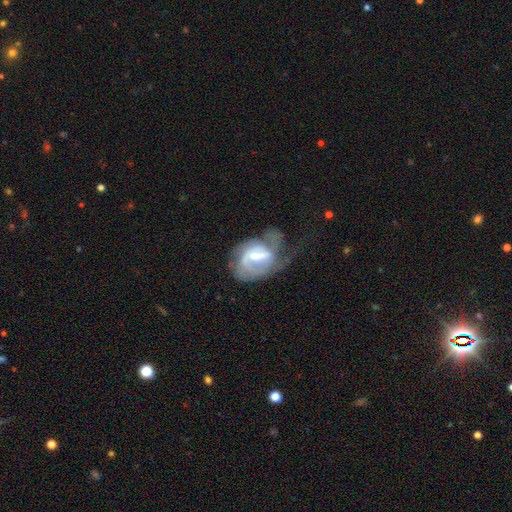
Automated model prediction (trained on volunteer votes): smooth_or_featured: featured or disk (p=0.79) [alt: smooth p=0.16]
disk_edge_on: no (p=0.97) [alt: yes p=0.03]
bar: weak (p=0.54) [alt: strong p=0.28]
has_spiral_arms: yes (p=0.86) [alt: no p=0.14]
spiral_winding: medium (p=0.43) [alt: loose p=0.29]
spiral_arm_count: 2 (p=0.55) [alt: can't tell p=0.19]
bulge_size: moderate (p=0.57) [alt: small p=0.34]
merging: major disturbance (p=0.43) [alt: none p=0.28]